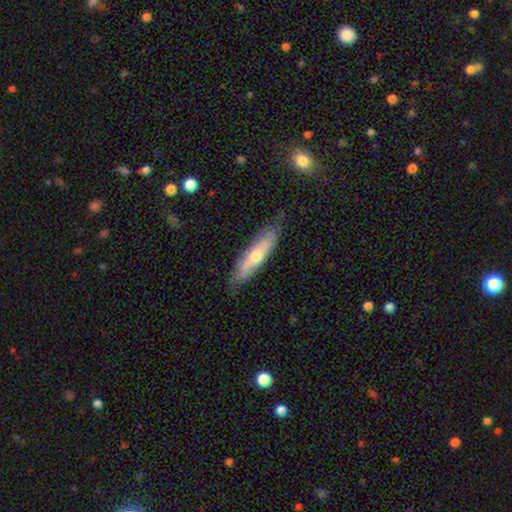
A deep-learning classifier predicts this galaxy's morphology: smooth-or-featured: smooth: 49% | featured or disk: 46% | star or artifact: 6%
  merging: none: 74% | minor disturbance: 20% | major disturbance: 4% | merger: 2%